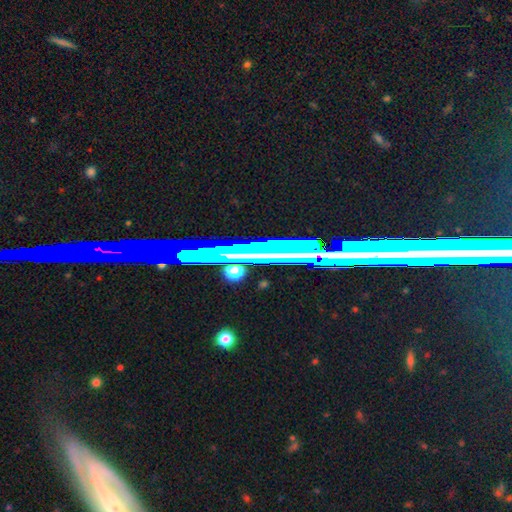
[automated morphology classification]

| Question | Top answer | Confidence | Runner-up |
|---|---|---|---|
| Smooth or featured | star or artifact | 72% | featured or disk (17%) |